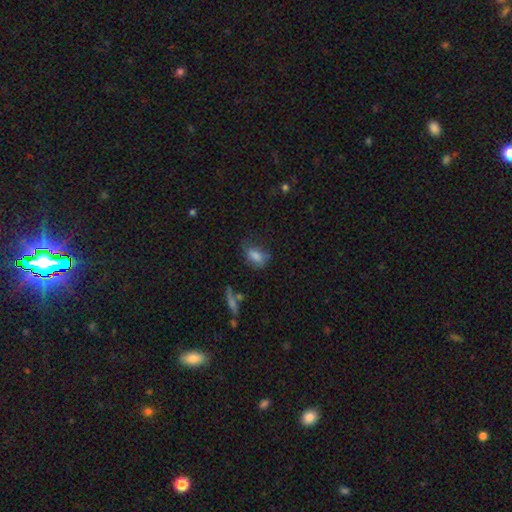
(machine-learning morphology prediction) Smooth or featured?
  - smooth: 81% *
  - featured or disk: 10%
  - star or artifact: 9%
How rounded?
  - in between: 86% *
  - round: 9%
  - cigar-shaped: 5%
Merging?
  - none: 53% *
  - minor disturbance: 30%
  - major disturbance: 13%
  - merger: 3%